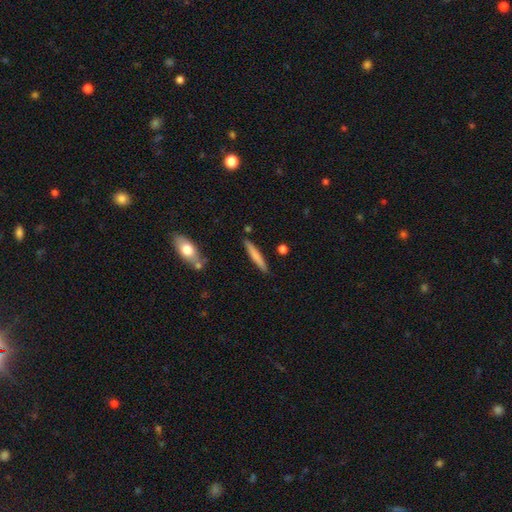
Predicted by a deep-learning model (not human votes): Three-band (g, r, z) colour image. It shows a smooth galaxy with no disk features (71%) that is cigar-shaped (93%). Merging: none (86%).